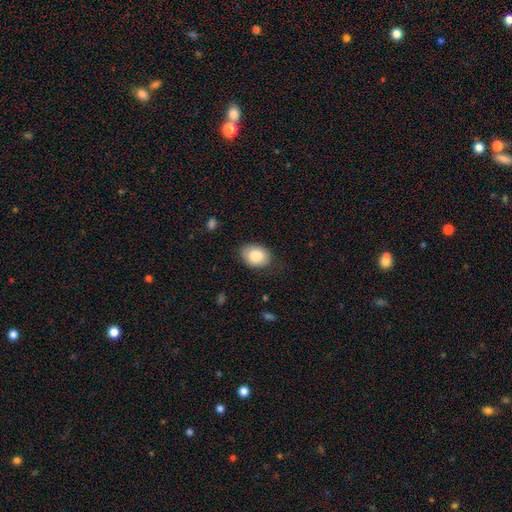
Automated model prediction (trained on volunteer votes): A smooth galaxy with no disk features (85%) that is in between round and cigar-shaped (72%). Merging: none (78%).